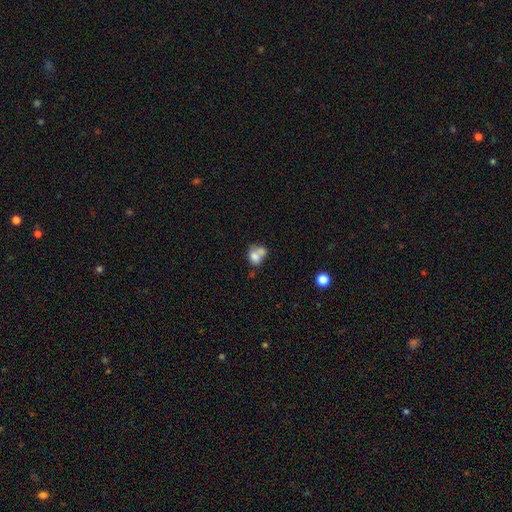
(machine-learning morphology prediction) This is likely a smooth galaxy (73%). How rounded: possibly in between (59%). Merging: possibly merger (59%).